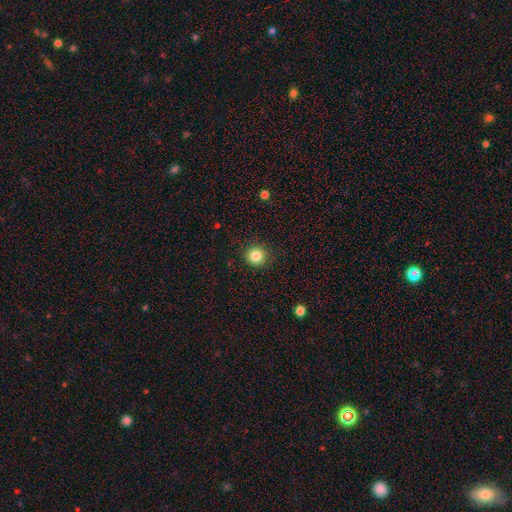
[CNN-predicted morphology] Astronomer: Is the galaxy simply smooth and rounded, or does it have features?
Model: smooth — 85%.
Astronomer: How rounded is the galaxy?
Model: round — 94%.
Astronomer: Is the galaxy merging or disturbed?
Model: none — 91%.